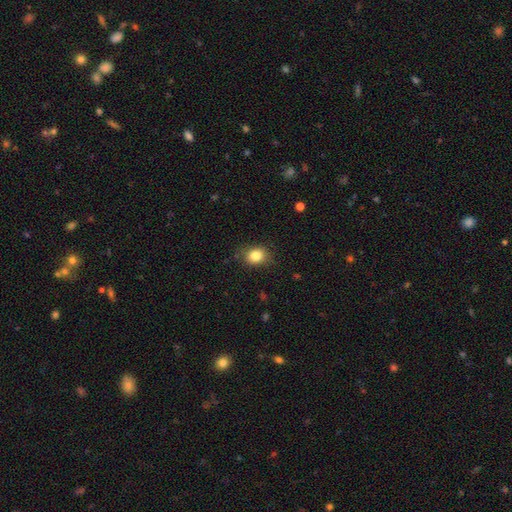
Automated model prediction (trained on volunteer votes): Smooth or featured? smooth (84%)
How rounded? round (52%)
Merging? none (81%)